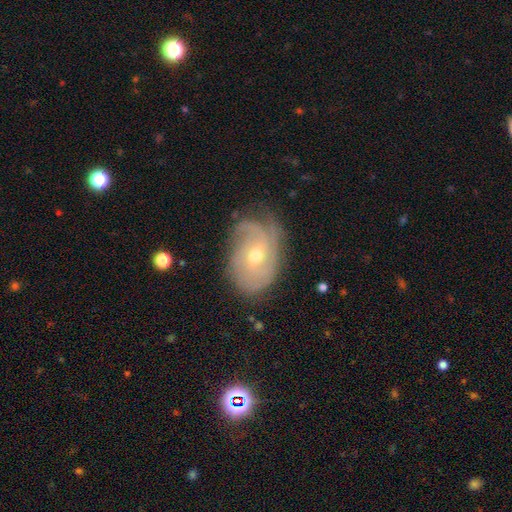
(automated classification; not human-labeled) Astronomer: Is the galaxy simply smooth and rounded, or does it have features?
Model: featured or disk — 80%.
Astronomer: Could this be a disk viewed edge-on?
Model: no — 96%.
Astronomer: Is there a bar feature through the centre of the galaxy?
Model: no — 64%.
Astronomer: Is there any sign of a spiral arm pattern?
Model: yes — 92%.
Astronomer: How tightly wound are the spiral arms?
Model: tight — 58%.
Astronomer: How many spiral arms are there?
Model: can't tell — 35% (runner-up: 3, 23%).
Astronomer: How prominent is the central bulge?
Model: moderate — 54% (runner-up: small, 43%).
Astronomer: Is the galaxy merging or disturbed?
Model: none — 63%.